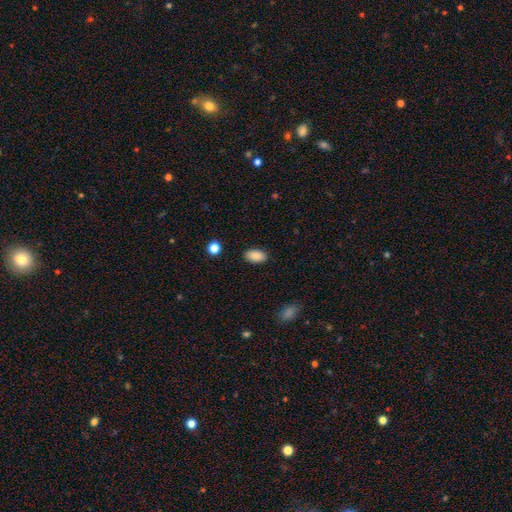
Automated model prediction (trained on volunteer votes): This appears to be a smooth galaxy with no disk features (89%) that is in between round and cigar-shaped (93%). Merging: none (88%).